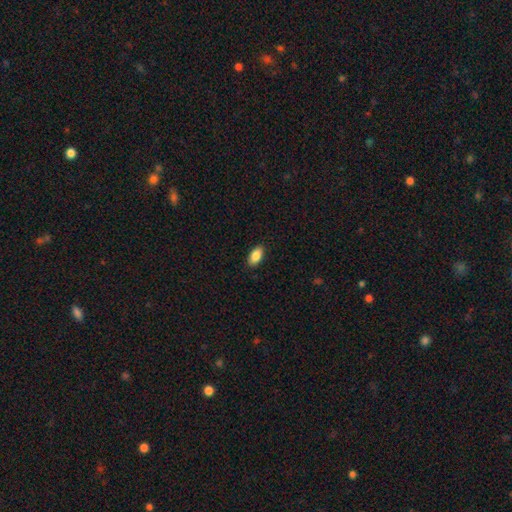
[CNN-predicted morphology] Q: Smooth or featured?
A: smooth (87%); runner-up: star or artifact (7%)
Q: How rounded?
A: in between (92%); runner-up: cigar-shaped (4%)
Q: Merging?
A: none (89%); runner-up: minor disturbance (8%)